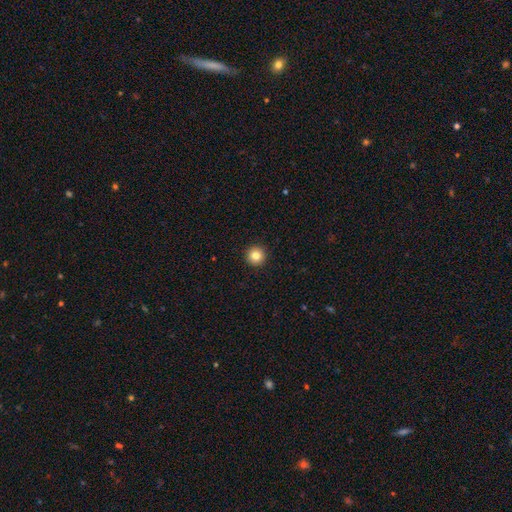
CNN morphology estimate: Smooth or featured? Predicted: smooth (p=0.82). How rounded? Predicted: round (p=0.96). Merging? Predicted: none (p=0.94).